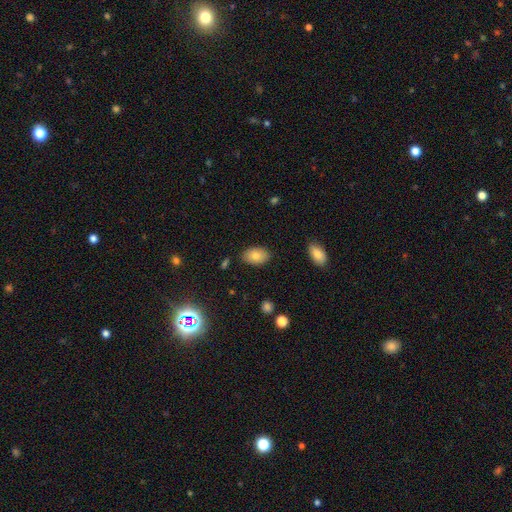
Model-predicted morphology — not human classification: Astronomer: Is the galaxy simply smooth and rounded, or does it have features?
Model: smooth — 81%.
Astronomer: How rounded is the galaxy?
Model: in between — 90%.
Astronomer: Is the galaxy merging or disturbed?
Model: none — 85%.